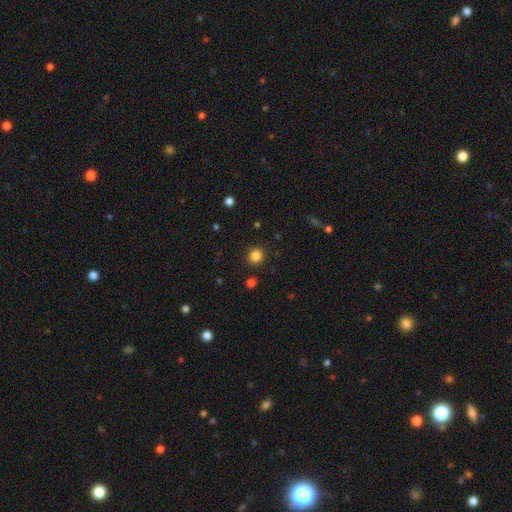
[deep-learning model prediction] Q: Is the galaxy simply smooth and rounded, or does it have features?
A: smooth — 84%.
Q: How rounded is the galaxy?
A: round — 91%.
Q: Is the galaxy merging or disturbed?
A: none — 91%.